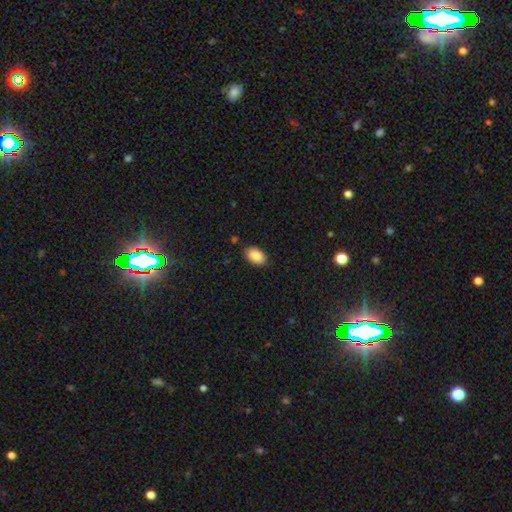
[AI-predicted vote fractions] smooth 88%, star or artifact 7%, featured or disk 5%. Down the decision tree: how rounded — in between (90%); merging — none (87%).